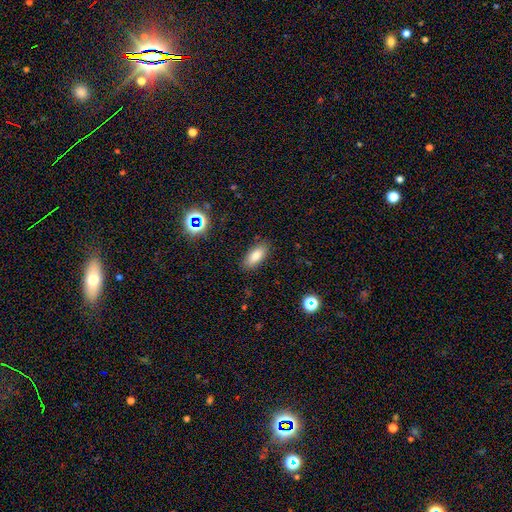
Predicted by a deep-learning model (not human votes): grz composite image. It shows a smooth galaxy with no disk features (82%) that is in between round and cigar-shaped (88%). Merging: none (87%).